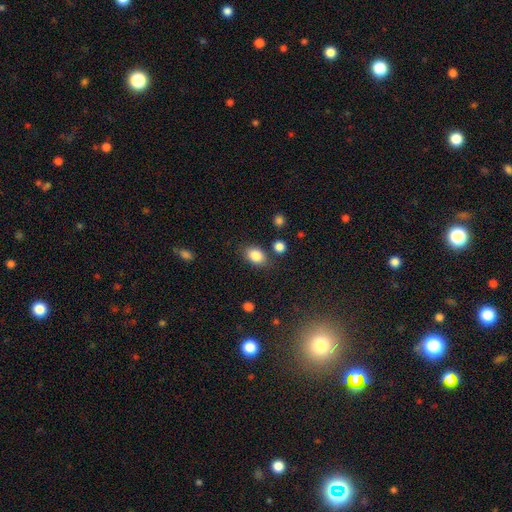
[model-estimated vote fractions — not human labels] Smooth or featured: smooth — 86% (star or artifact — 9%)
How rounded: in between — 77% (round — 22%)
Merging: none — 77% (minor disturbance — 14%)